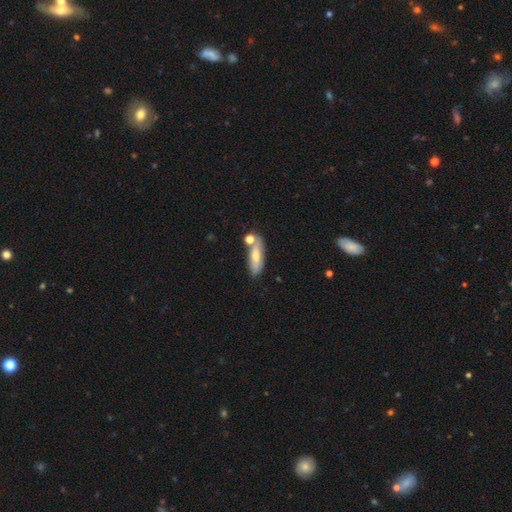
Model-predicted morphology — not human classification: smooth 66%, featured or disk 26%, star or artifact 7%. Down the decision tree: how rounded — in between (55%); merging — none (61%).